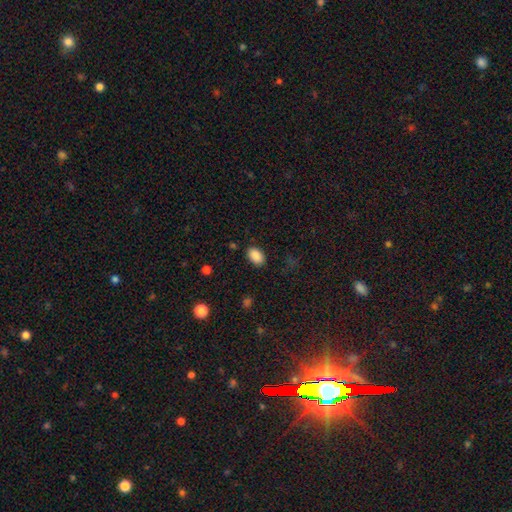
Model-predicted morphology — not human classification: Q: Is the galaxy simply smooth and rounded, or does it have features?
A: smooth — 88%.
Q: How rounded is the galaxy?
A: in between — 89%.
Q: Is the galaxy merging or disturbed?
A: none — 86%.